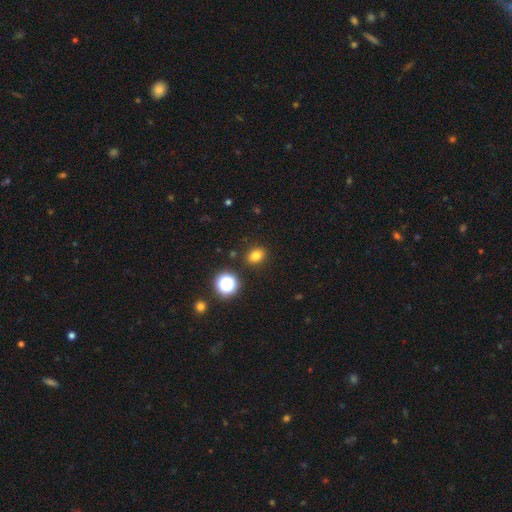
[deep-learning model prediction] The model was most divided on "how rounded": in between: 59%, round: 40%, cigar-shaped: 1%. More confident: merging — none (87%); smooth or featured — smooth (78%).